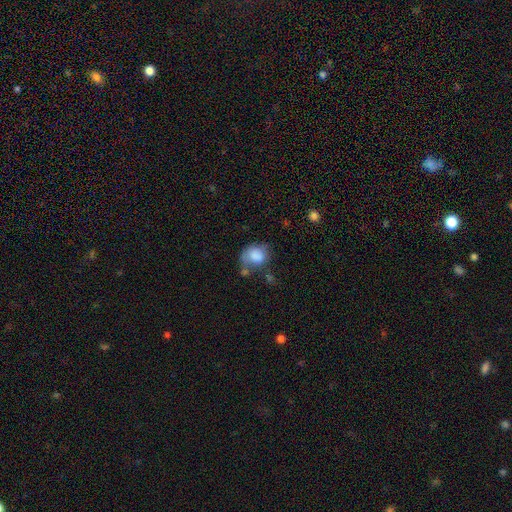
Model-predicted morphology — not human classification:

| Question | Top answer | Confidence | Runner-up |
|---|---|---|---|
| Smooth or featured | smooth | 77% | featured or disk (14%) |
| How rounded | round | 52% | in between (47%) |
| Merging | none | 35% | minor disturbance (28%) |